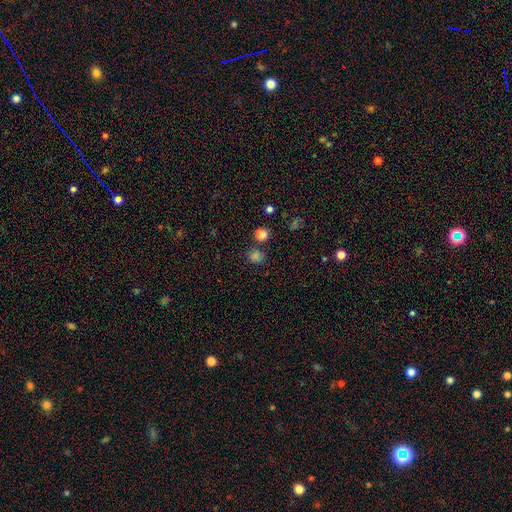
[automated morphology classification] Smooth or featured: smooth — 70% (star or artifact — 25%)
How rounded: round — 79% (in between — 20%)
Merging: none — 76% (merger — 11%)